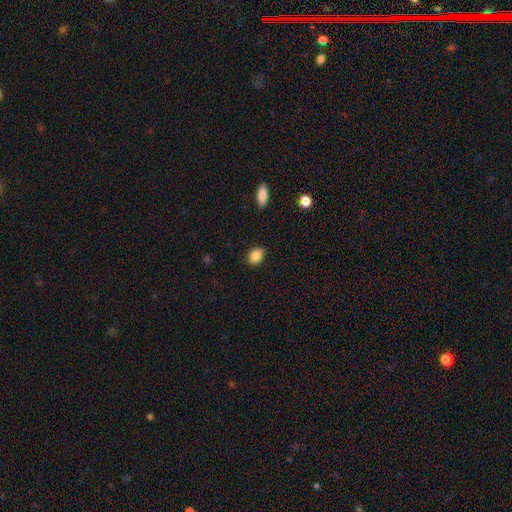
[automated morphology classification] The model was most divided on "how rounded": in between: 74%, round: 25%, cigar-shaped: 2%. More confident: smooth or featured — smooth (88%); merging — none (81%).